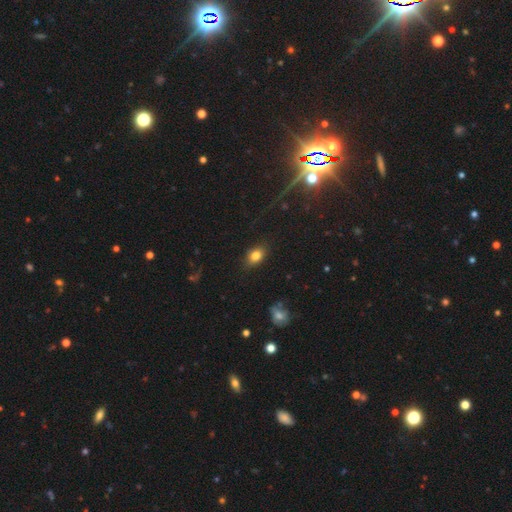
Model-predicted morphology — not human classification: Smooth or featured: smooth — 81% (star or artifact — 11%)
How rounded: in between — 77% (round — 21%)
Merging: none — 84% (minor disturbance — 12%)